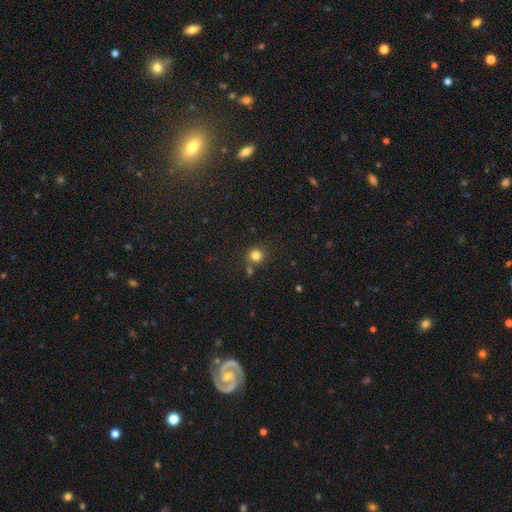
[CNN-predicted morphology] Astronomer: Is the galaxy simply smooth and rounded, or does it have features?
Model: smooth — 81%.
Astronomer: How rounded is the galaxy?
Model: round — 91%.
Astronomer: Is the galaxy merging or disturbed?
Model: none — 76%.